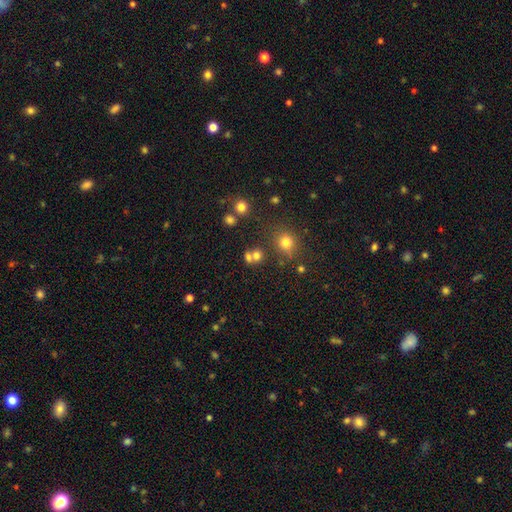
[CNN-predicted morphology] smooth-or-featured: smooth: 69% | star or artifact: 20% | featured or disk: 11%
  how-rounded: round: 79% | in between: 20% | cigar-shaped: 1%
  merging: none: 52% | merger: 35% | minor disturbance: 8% | major disturbance: 4%